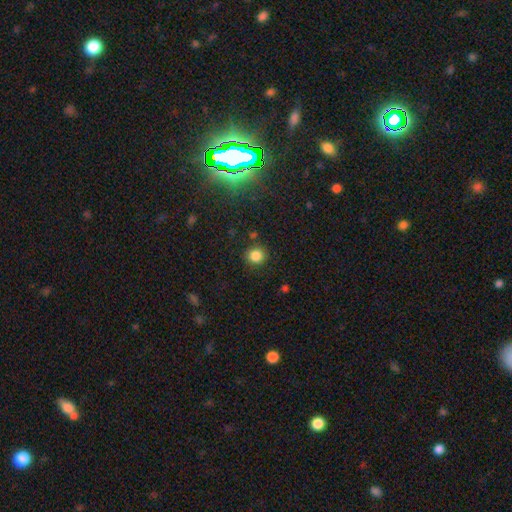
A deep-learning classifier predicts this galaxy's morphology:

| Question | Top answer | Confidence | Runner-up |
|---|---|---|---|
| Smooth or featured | smooth | 84% | star or artifact (12%) |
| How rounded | round | 90% | in between (9%) |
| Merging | none | 87% | minor disturbance (8%) |